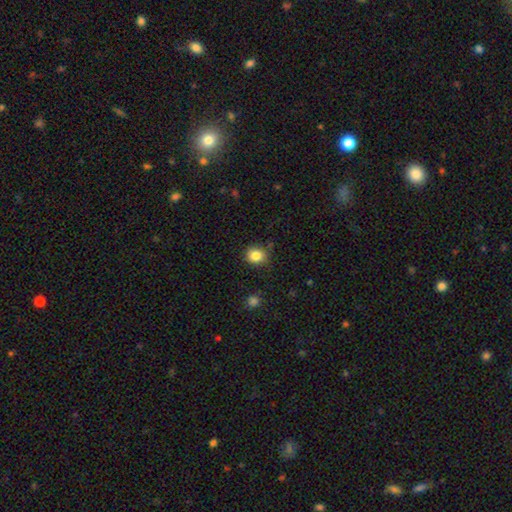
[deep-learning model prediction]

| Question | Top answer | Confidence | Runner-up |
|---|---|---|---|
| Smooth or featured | smooth | 84% | star or artifact (11%) |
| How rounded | round | 78% | in between (21%) |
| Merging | none | 80% | minor disturbance (15%) |